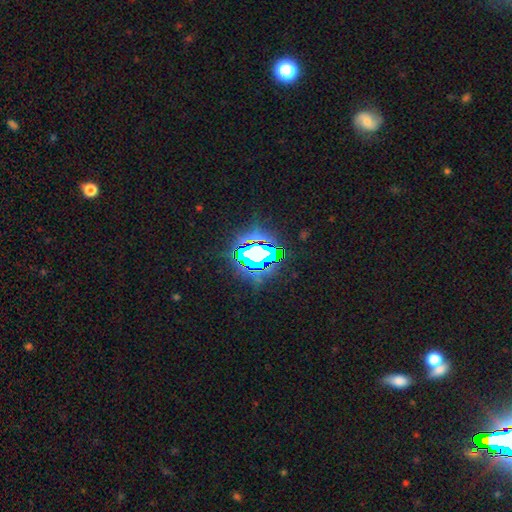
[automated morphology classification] Q: Smooth or featured?
A: star or artifact (71%); runner-up: smooth (15%)